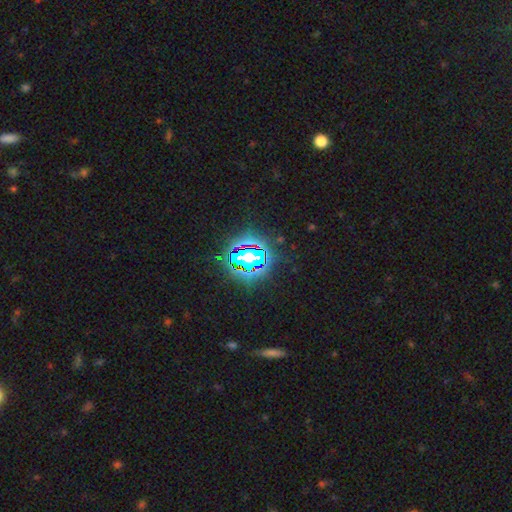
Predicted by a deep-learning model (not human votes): The model was most divided on "smooth or featured": star or artifact: 80%, smooth: 12%, featured or disk: 8%.